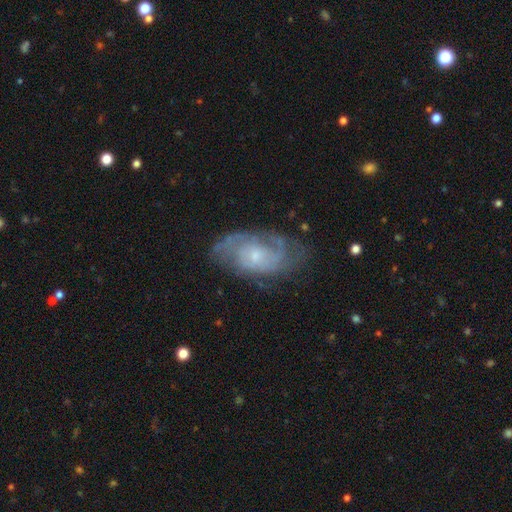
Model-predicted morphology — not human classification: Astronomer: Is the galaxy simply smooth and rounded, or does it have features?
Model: featured or disk — 81%.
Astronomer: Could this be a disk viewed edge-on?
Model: no — 95%.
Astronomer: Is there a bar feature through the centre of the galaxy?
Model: no — 72%.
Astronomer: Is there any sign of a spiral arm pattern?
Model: yes — 92%.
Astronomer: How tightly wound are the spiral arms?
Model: tight — 51% (runner-up: medium, 37%).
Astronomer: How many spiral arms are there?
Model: can't tell — 36% (runner-up: 2, 34%).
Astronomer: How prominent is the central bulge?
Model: small — 63%.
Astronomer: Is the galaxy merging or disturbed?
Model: none — 68%.